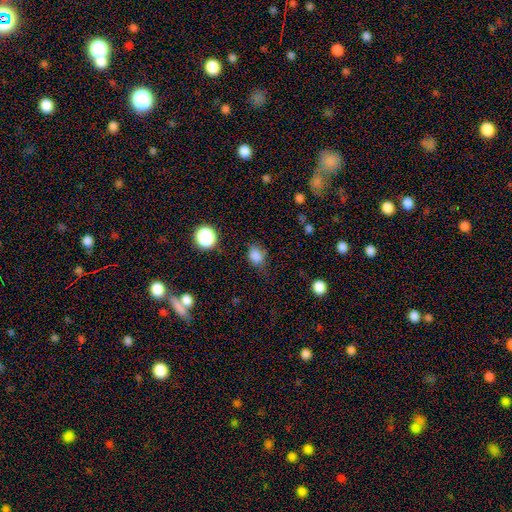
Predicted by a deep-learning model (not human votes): Smooth or featured? Predicted: smooth (p=0.82). How rounded? Predicted: round (p=0.50). Merging? Predicted: none (p=0.64).